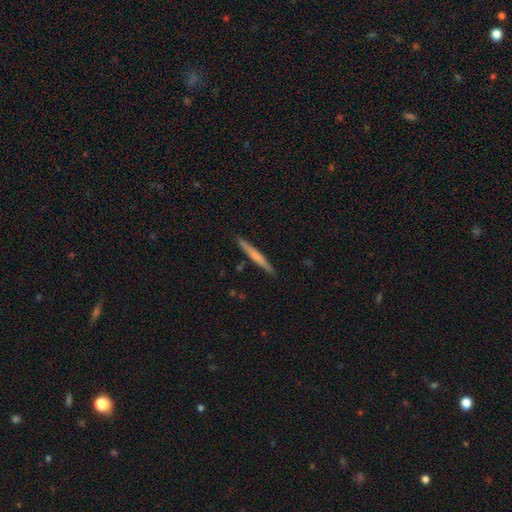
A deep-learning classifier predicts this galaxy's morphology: Smooth or featured? smooth (58%)
How rounded? cigar-shaped (97%)
Merging? none (90%)